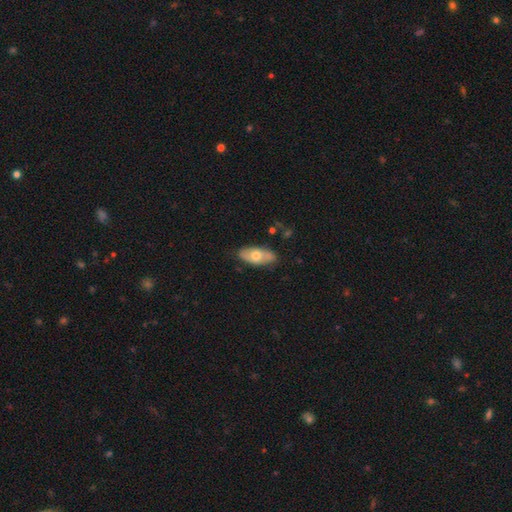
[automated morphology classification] This is possibly a smooth galaxy (59%). How rounded: clearly in between (88%). Merging: likely none (80%).